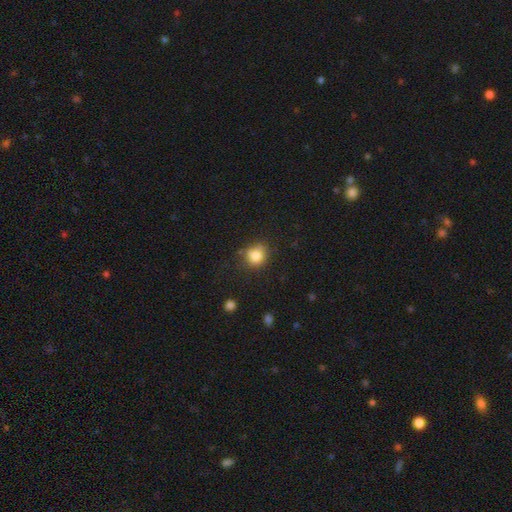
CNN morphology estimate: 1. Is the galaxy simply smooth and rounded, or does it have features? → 83% smooth, 11% star or artifact, 7% featured or disk.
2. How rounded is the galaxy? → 79% round, 20% in between, 1% cigar-shaped.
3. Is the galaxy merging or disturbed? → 72% none, 19% minor disturbance, 5% major disturbance, 5% merger.